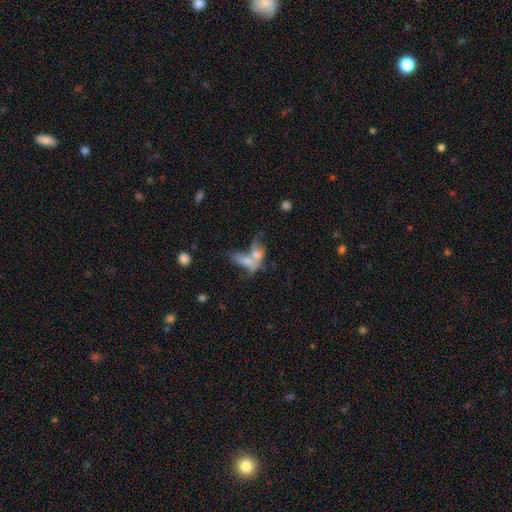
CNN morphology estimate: A smooth galaxy with no disk features (57%) that is in between round and cigar-shaped (69%). Merging: merger (65%).